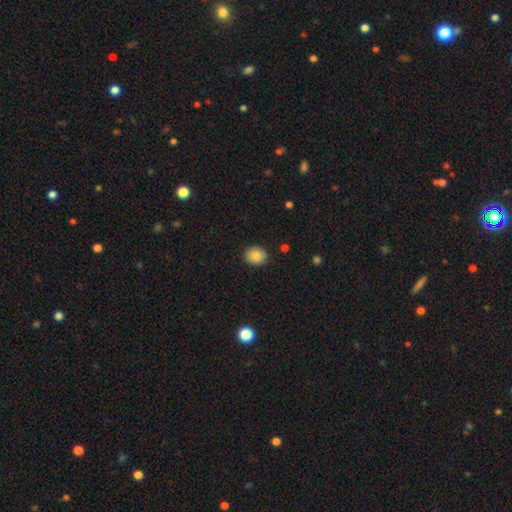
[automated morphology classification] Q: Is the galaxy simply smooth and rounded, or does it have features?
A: smooth — 85%.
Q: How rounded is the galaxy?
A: round — 69%.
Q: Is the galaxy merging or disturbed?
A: none — 89%.